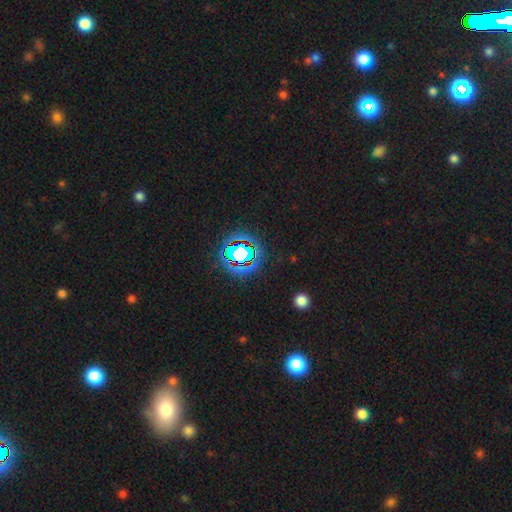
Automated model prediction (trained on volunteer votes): Morphology: type=star or artifact (73%).